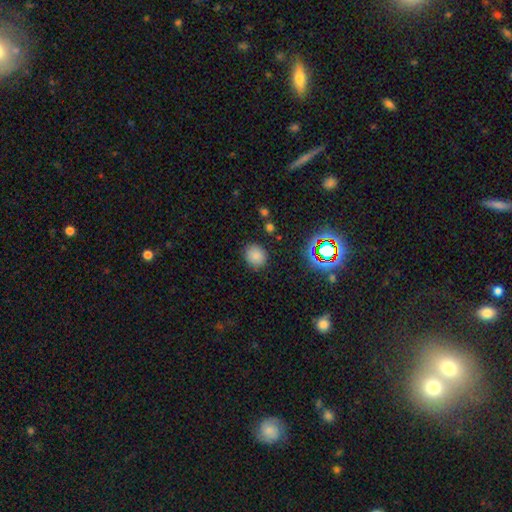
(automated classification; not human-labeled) The model was most divided on "how rounded": round: 76%, in between: 23%, cigar-shaped: 1%. More confident: merging — none (84%); smooth or featured — smooth (79%).